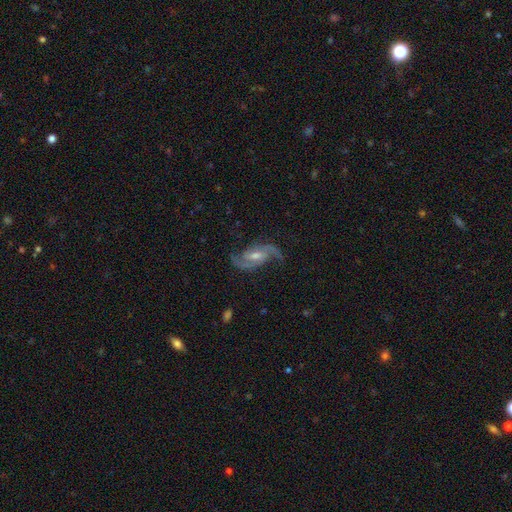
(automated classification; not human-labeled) The model was most divided on "spiral winding": medium: 51%, loose: 34%, tight: 15%. Remaining: spiral arms — yes (98%); edge-on disk — no (97%); smooth or featured — featured or disk (91%); spiral arm count — 2 (90%); merging — none (77%); bulge size — moderate (56%); bar — weak (50%).